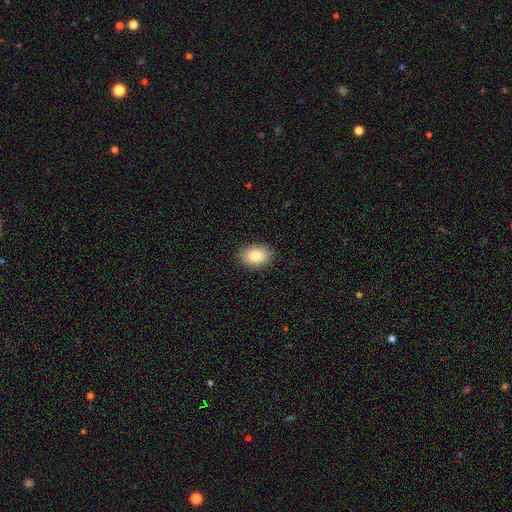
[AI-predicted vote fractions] A smooth galaxy with no disk features (84%) that is in between round and cigar-shaped (76%). Merging: none (89%).